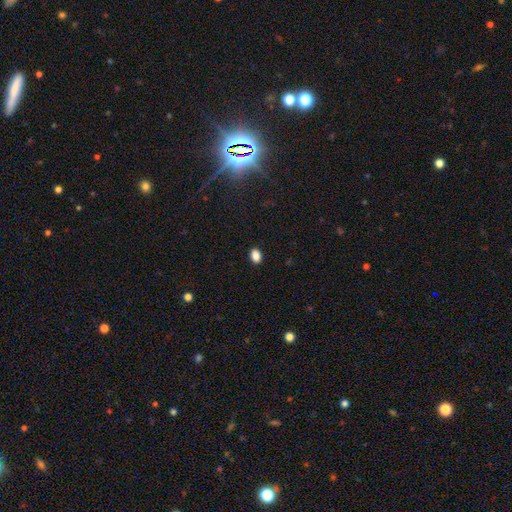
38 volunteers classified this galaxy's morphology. This is clearly a smooth galaxy (92%). How rounded: likely in between (74%). Merging: clearly none (94%).